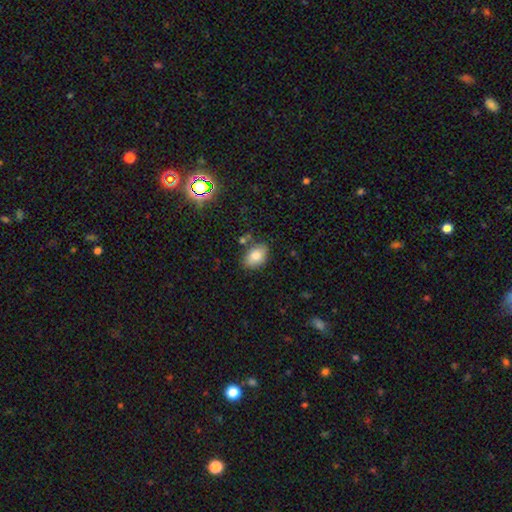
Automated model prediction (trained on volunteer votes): Smooth or featured? Predicted: smooth (p=0.81). How rounded? Predicted: in between (p=0.86). Merging? Predicted: none (p=0.75).